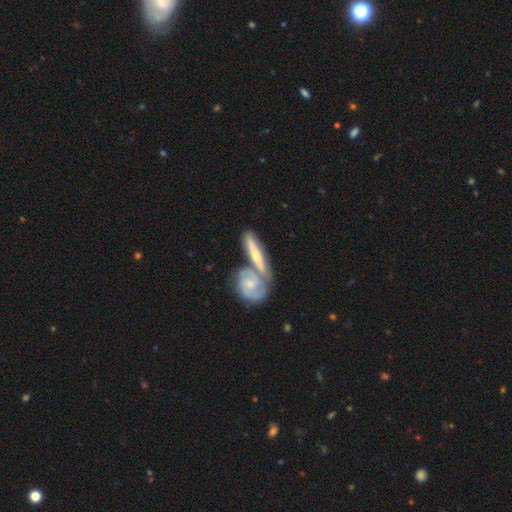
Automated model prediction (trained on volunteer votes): This is likely a featured or disk galaxy (70%). It is likely not viewed edge-on (62%). Merging: possibly merger (49%).